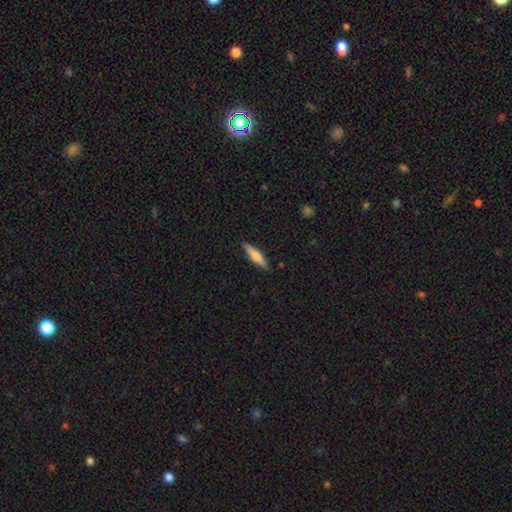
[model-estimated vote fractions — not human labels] smooth_or_featured: smooth (p=0.53) [alt: featured or disk p=0.41]
how_rounded: cigar-shaped (p=0.79) [alt: in between p=0.19]
merging: none (p=0.89) [alt: minor disturbance p=0.08]